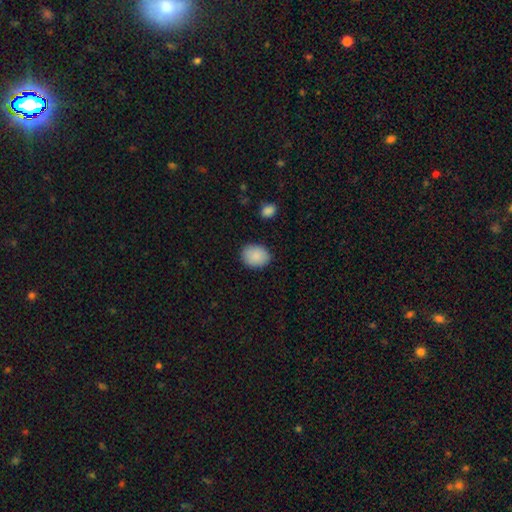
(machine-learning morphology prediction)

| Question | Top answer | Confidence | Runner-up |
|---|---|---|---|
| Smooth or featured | smooth | 89% | star or artifact (7%) |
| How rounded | round | 52% | in between (47%) |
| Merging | none | 86% | minor disturbance (10%) |